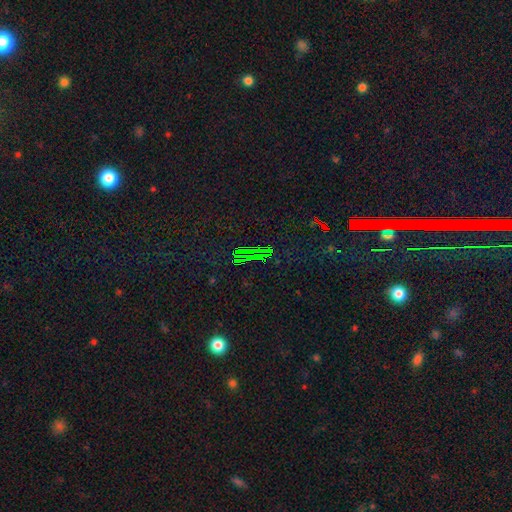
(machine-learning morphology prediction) star or artifact 75%, smooth 14%, featured or disk 11%.